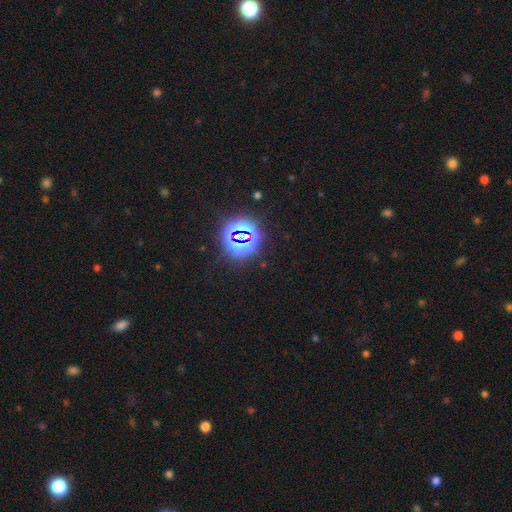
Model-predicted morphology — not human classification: This is clearly a star or artifact rather than a galaxy (81%).